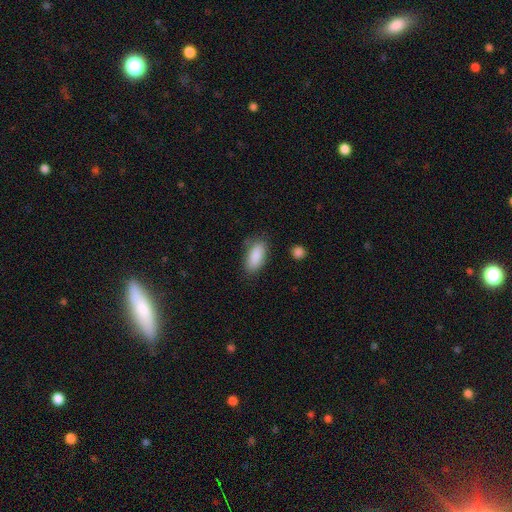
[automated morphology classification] type=smooth (88%); roundness=in between (87%); merging=none (77%).